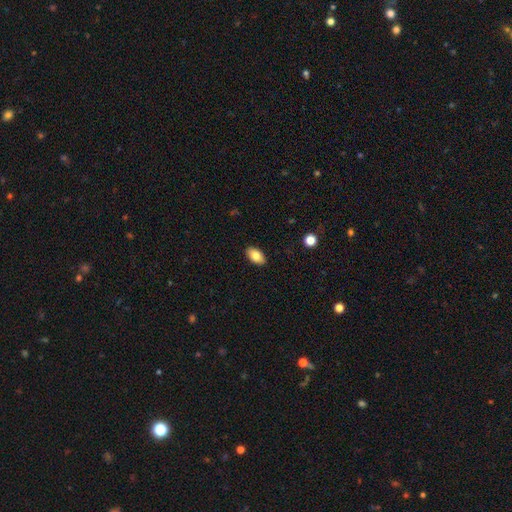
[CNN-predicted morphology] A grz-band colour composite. It shows a smooth galaxy with no disk features (83%) that is in between round and cigar-shaped (93%). Merging: none (89%).